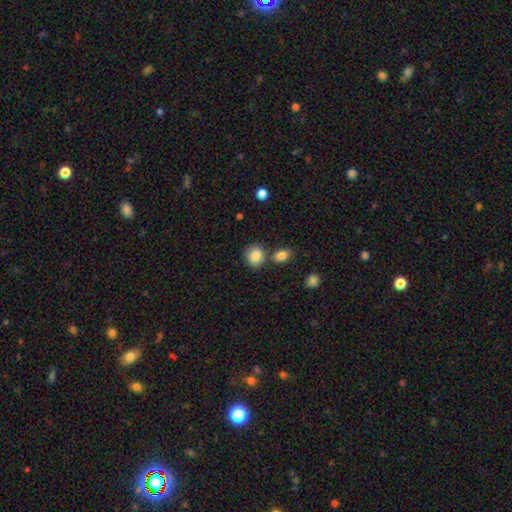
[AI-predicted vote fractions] smooth 87%, star or artifact 8%, featured or disk 5%. Down the decision tree: how rounded — round (69%); merging — none (69%).